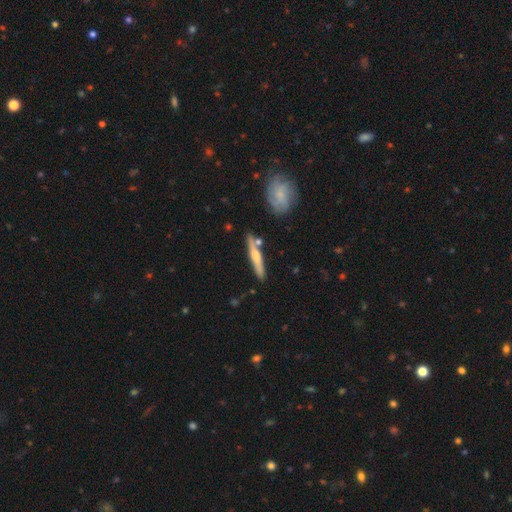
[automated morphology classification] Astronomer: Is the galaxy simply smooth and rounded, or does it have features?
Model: featured or disk — 58% (runner-up: smooth, 37%).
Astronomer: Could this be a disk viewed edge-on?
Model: yes — 94%.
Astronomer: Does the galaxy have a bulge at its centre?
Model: rounded — 84%.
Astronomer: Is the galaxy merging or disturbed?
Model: none — 79%.